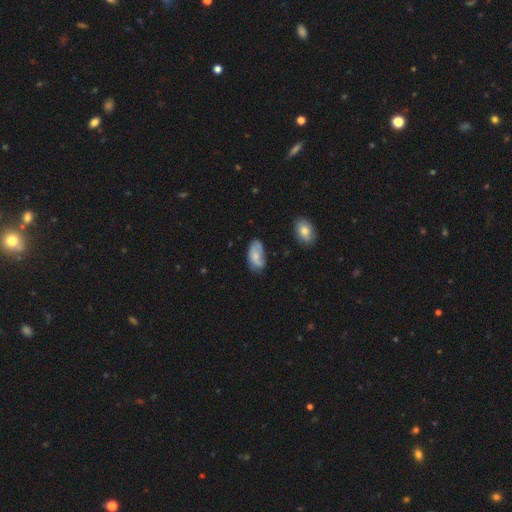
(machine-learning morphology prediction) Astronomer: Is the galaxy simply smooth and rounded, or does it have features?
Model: featured or disk — 47% (runner-up: smooth, 46%).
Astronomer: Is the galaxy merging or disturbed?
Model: none — 62%.